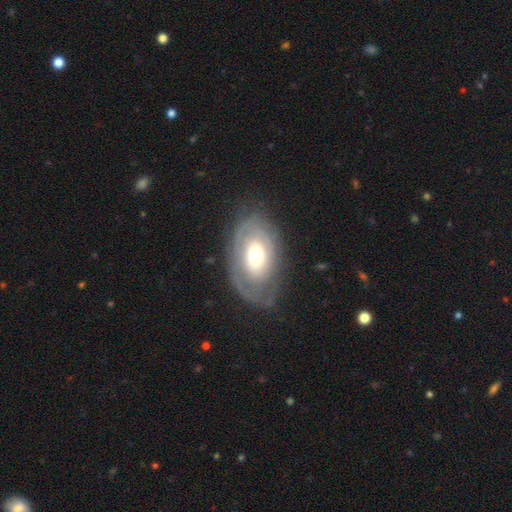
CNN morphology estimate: smooth-or-featured: featured or disk: 61% | smooth: 33% | star or artifact: 6%
  disk-edge-on: no: 93% | yes: 7%
    bar: no: 83% | weak: 13% | strong: 4%
    has-spiral-arms: yes: 51% | no: 49%
    bulge-size: moderate: 56% | small: 21% | large: 19% | dominant: 2% | none: 1%
  merging: none: 69% | minor disturbance: 19% | major disturbance: 10% | merger: 1%